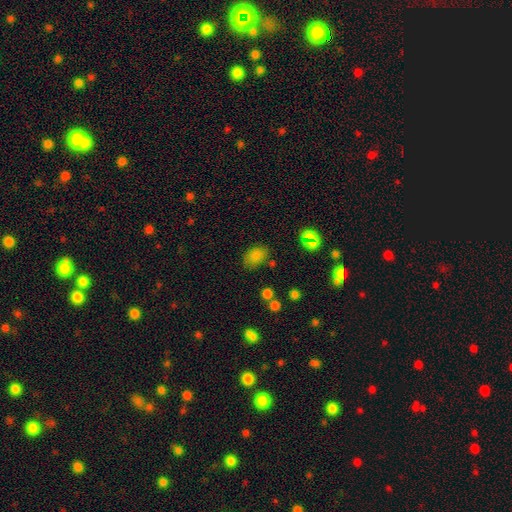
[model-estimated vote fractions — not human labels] A smooth galaxy with no disk features (78%) that is in between round and cigar-shaped (78%).

Vote fractions:
- Smooth or featured? smooth: 78% / star or artifact: 16% / featured or disk: 6%
- How rounded? in between: 78% / round: 20% / cigar-shaped: 1%
- Merging? none: 71% / minor disturbance: 19% / major disturbance: 6% / merger: 5%